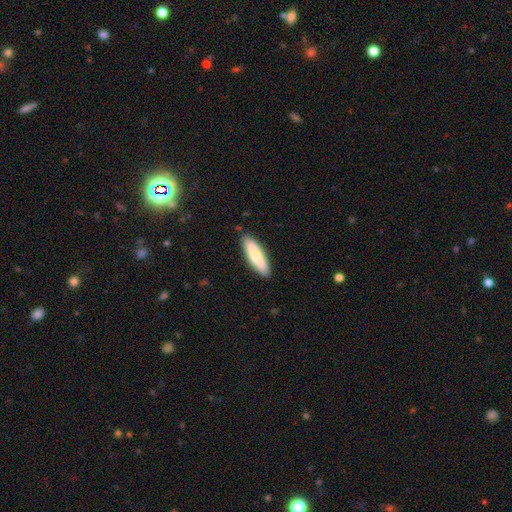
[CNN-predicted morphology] Smooth or featured: smooth — 76% (featured or disk — 19%)
How rounded: cigar-shaped — 65% (in between — 34%)
Merging: none — 88% (minor disturbance — 9%)